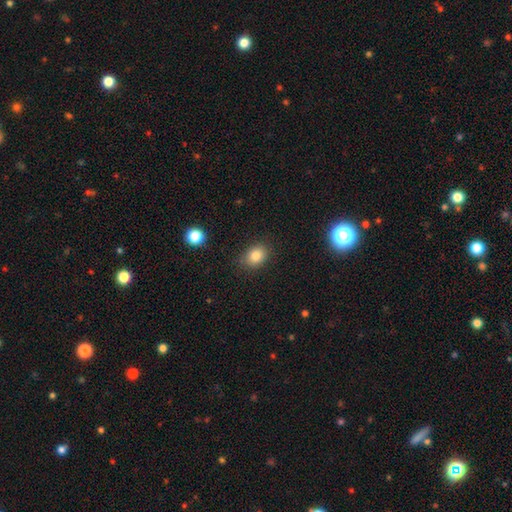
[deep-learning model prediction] Smooth or featured?
  - smooth: 84% *
  - star or artifact: 10%
  - featured or disk: 6%
How rounded?
  - in between: 61% *
  - round: 38%
  - cigar-shaped: 1%
Merging?
  - none: 85% *
  - minor disturbance: 11%
  - major disturbance: 3%
  - merger: 1%